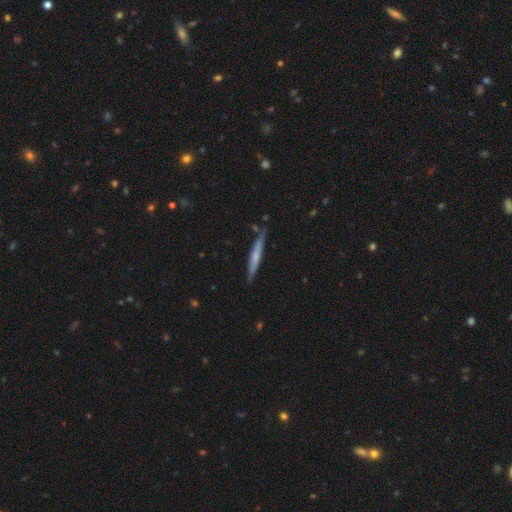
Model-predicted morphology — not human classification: A smooth galaxy with no disk features (50%).

Vote fractions:
- Smooth or featured? smooth: 50% / featured or disk: 44% / star or artifact: 6%
- Merging? none: 79% / minor disturbance: 15% / merger: 3% / major disturbance: 2%